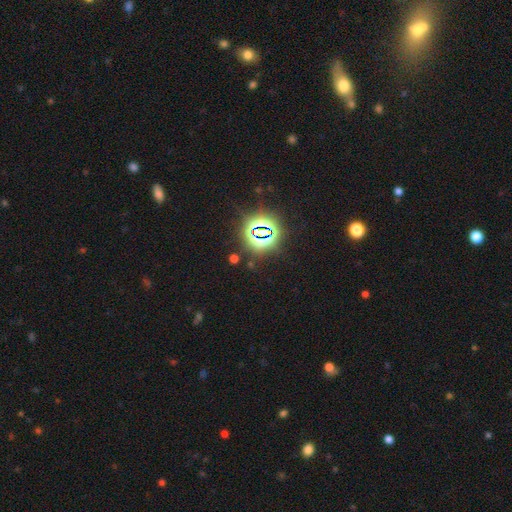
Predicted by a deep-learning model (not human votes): This is clearly a star or artifact rather than a galaxy (81%).